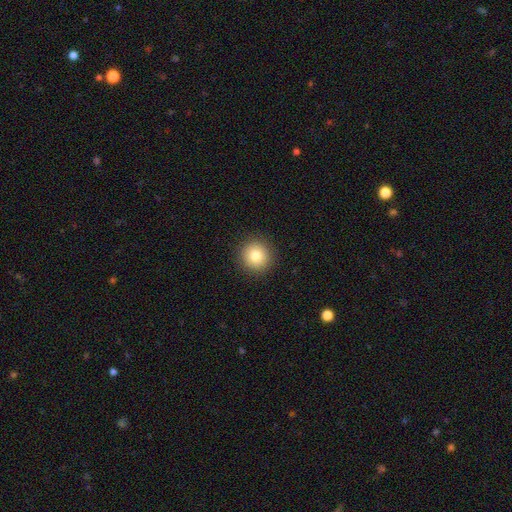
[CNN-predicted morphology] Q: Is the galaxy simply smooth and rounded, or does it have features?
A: smooth — 81%.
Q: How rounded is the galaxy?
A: round — 93%.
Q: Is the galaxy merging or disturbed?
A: none — 92%.